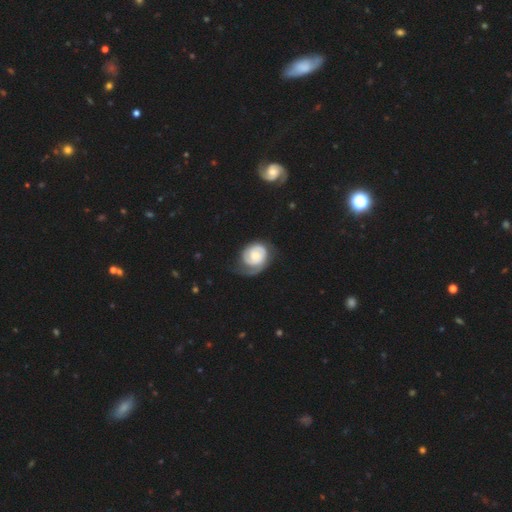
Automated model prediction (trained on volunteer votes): The model was most divided on "bulge size": moderate: 41%, small: 40%, large: 12%, none: 5%, dominant: 2%. Remaining: edge-on disk — no (98%); spiral arms — yes (92%); bar — no (74%); smooth or featured — featured or disk (70%); spiral winding — tight (63%); merging — none (49%); spiral arm count — 1 (45%).